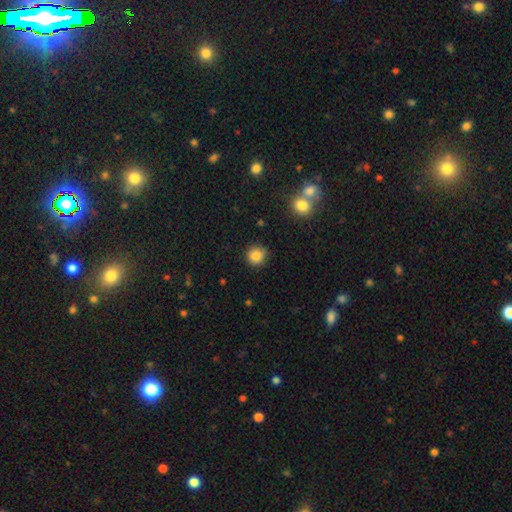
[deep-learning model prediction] Overall: smooth (85%). How rounded: round (93%). Merging: none (88%).